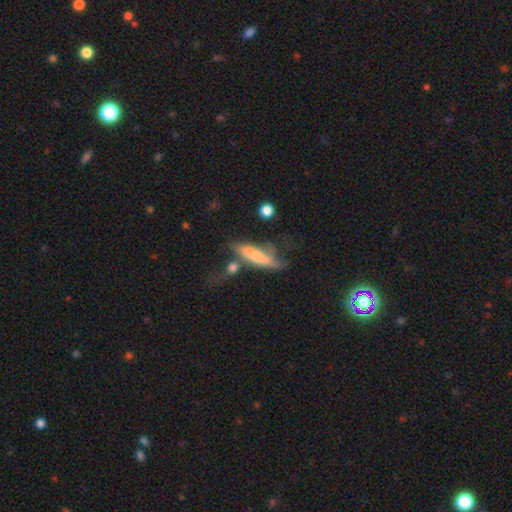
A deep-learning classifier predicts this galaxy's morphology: A smooth galaxy with no disk features (59%) that is cigar-shaped (69%). Merging: none (31%).